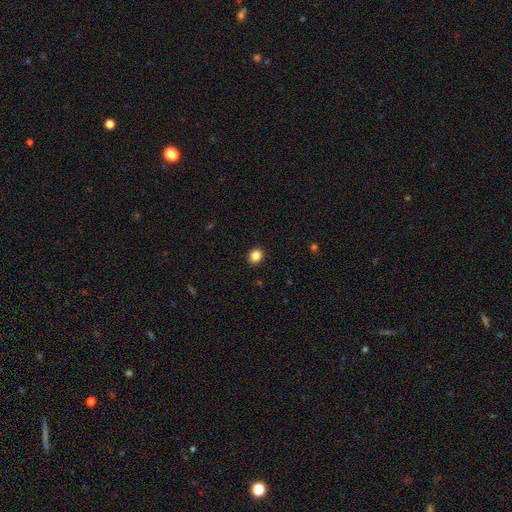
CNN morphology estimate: A smooth galaxy with no disk features (85%) that is round (77%).

Vote fractions:
- Smooth or featured? smooth: 85% / star or artifact: 11% / featured or disk: 4%
- How rounded? round: 77% / in between: 23% / cigar-shaped: 1%
- Merging? none: 92% / minor disturbance: 6% / major disturbance: 2% / merger: 1%